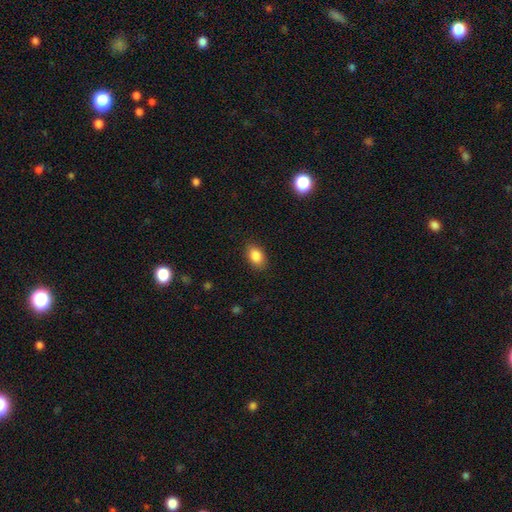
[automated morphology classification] A smooth galaxy with no disk features (86%) that is in between round and cigar-shaped (85%). Merging: none (87%).